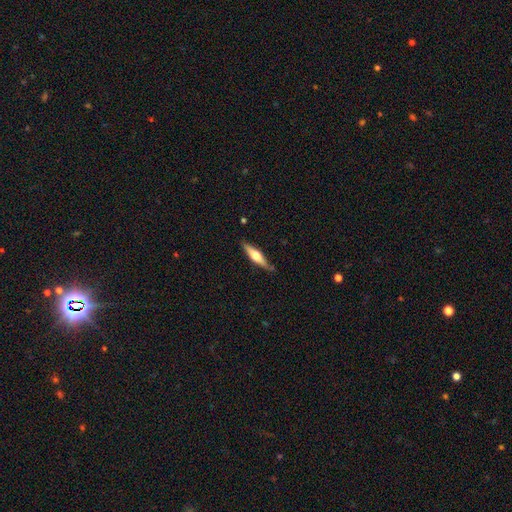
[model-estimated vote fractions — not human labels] Q: Smooth or featured?
A: featured or disk (56%); runner-up: smooth (38%)
Q: Edge-on disk?
A: yes (95%); runner-up: no (5%)
Q: Edge-on bulge?
A: rounded (90%); runner-up: boxy (7%)
Q: Merging?
A: none (82%); runner-up: minor disturbance (13%)